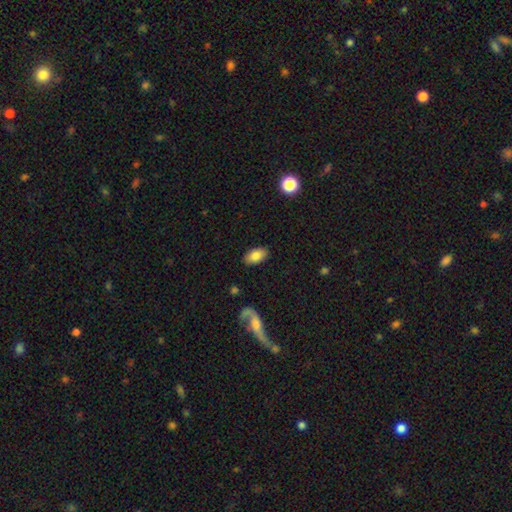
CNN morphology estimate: smooth-or-featured: smooth: 80% | featured or disk: 13% | star or artifact: 7%
  how-rounded: in between: 93% | round: 5% | cigar-shaped: 2%
  merging: none: 88% | minor disturbance: 8% | major disturbance: 2% | merger: 1%